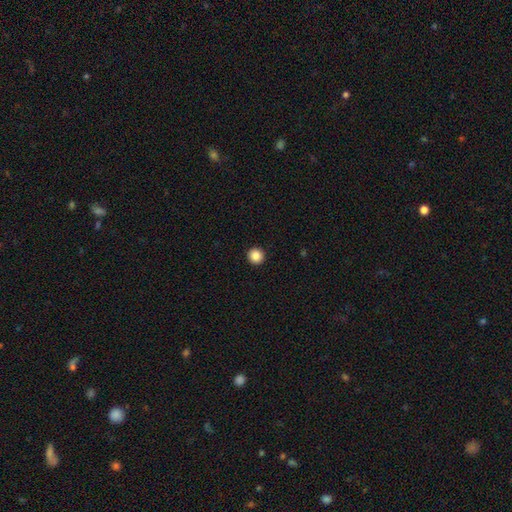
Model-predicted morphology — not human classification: This is clearly a smooth galaxy (87%). How rounded: clearly round (96%). Merging: clearly none (94%).